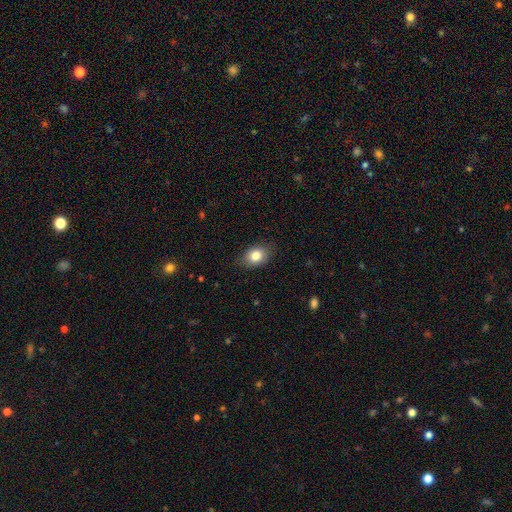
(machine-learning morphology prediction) type=smooth (82%); roundness=in between (73%); merging=none (83%).